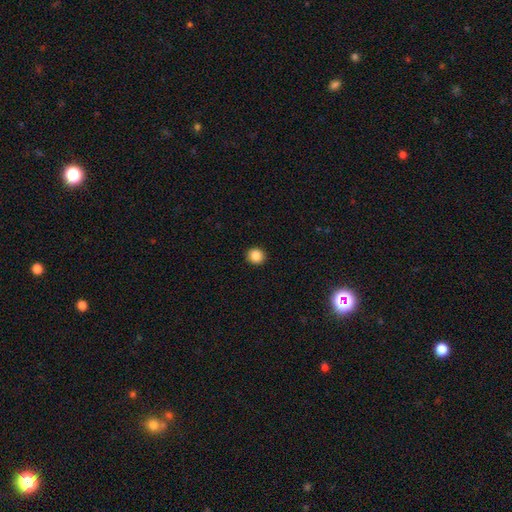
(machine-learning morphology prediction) type=smooth (86%); roundness=round (88%); merging=none (93%).